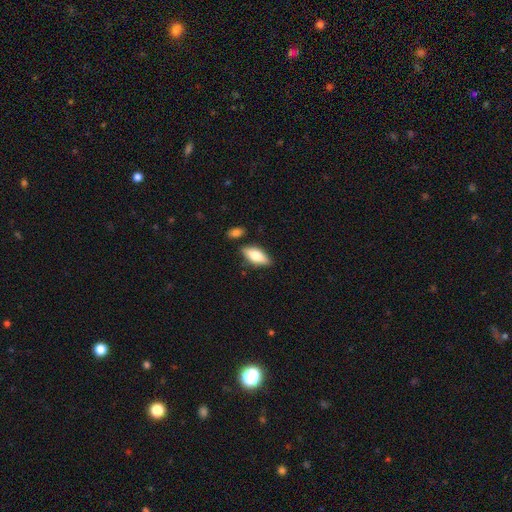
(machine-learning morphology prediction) smooth_or_featured: smooth (p=0.70) [alt: featured or disk p=0.23]
how_rounded: in between (p=0.78) [alt: cigar-shaped p=0.19]
merging: none (p=0.80) [alt: minor disturbance p=0.13]